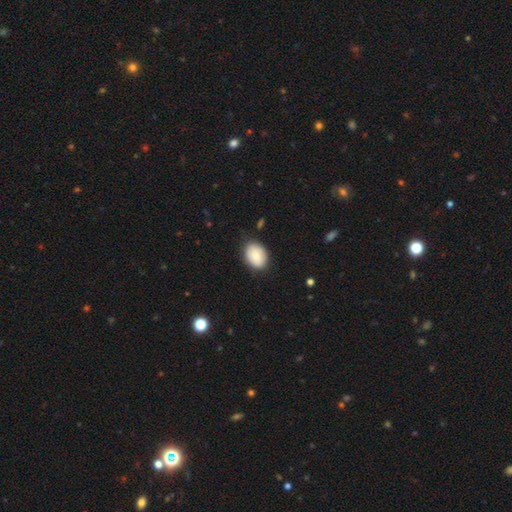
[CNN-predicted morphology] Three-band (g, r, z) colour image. It shows a smooth galaxy with no disk features (80%) that is in between round and cigar-shaped (73%). Merging: none (82%).